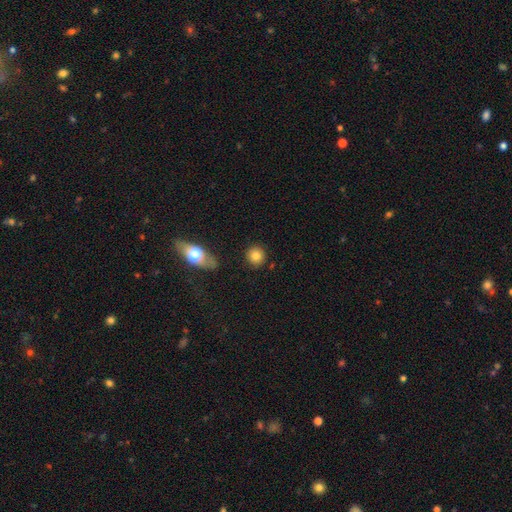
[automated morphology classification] This is clearly a smooth galaxy (82%). How rounded: clearly round (89%). Merging: clearly none (87%).